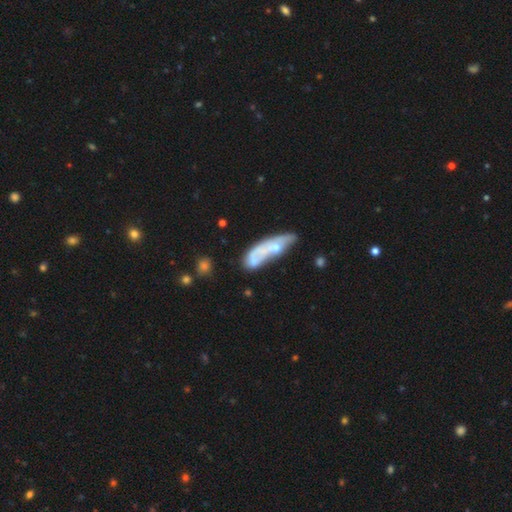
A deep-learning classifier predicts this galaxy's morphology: A featured or disk galaxy (47%). Merging: none (30%).